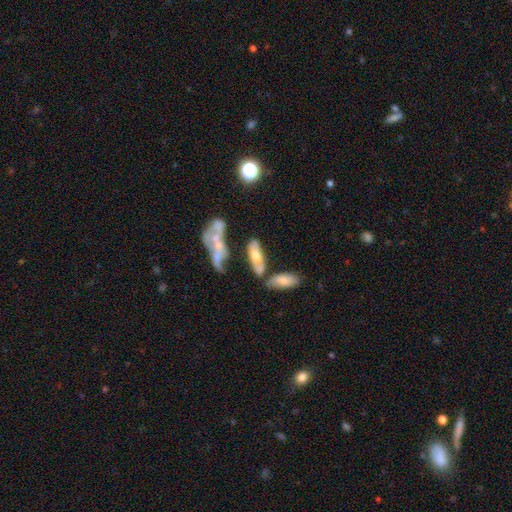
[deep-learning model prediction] Smooth or featured: smooth — 51% (featured or disk — 41%)
How rounded: in between — 71% (cigar-shaped — 27%)
Merging: none — 39% (merger — 30%)